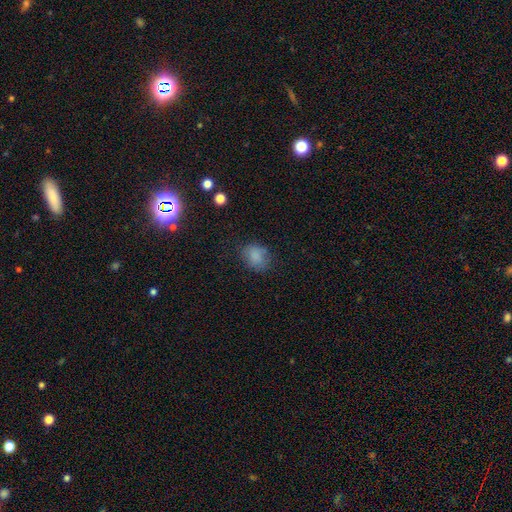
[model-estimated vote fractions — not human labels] Morphology: type=smooth (82%); roundness=round (53%); merging=none (70%).